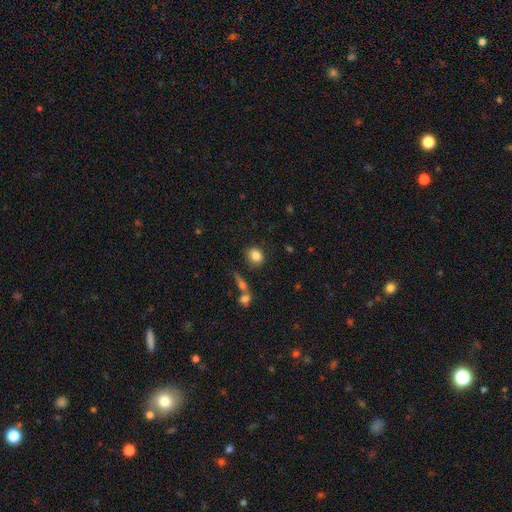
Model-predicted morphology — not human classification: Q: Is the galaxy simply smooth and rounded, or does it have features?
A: smooth — 84%.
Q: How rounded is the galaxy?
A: round — 50%.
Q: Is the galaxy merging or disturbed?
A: none — 79%.